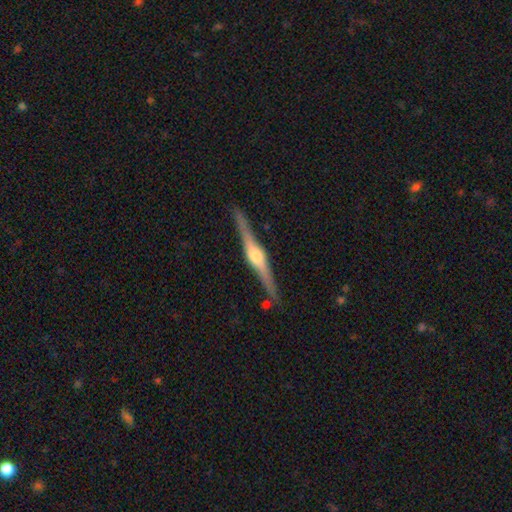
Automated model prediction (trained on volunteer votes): This is clearly a featured or disk galaxy (82%). It is clearly viewed edge-on (98%). Edge-on bulge: clearly rounded (91%). Merging: clearly none (87%).